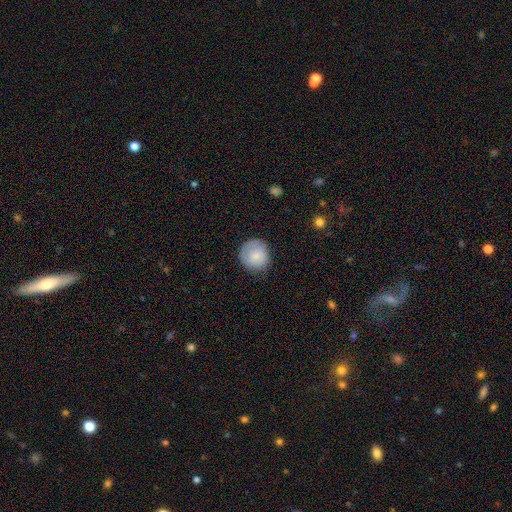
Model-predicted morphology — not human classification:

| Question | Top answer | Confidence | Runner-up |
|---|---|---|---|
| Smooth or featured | smooth | 81% | featured or disk (12%) |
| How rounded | round | 89% | in between (10%) |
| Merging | none | 74% | minor disturbance (19%) |